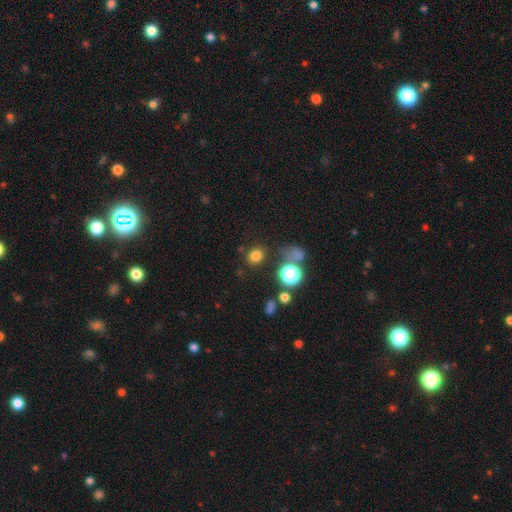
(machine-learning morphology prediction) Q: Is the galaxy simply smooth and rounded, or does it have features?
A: smooth — 76%.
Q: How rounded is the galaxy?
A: round — 65%.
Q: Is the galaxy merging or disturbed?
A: none — 78%.